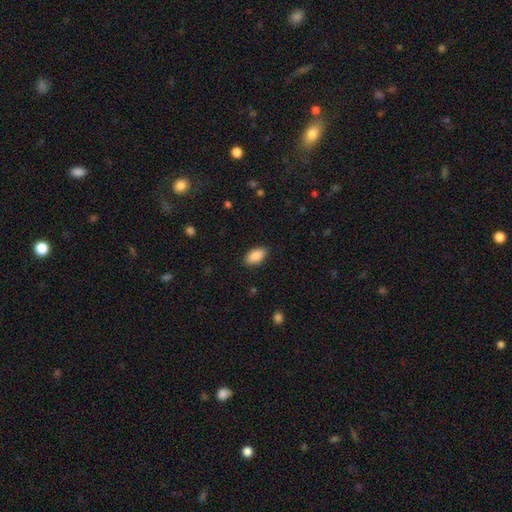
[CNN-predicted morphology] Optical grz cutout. It shows a smooth galaxy with no disk features (89%) that is in between round and cigar-shaped (94%). Merging: none (88%).